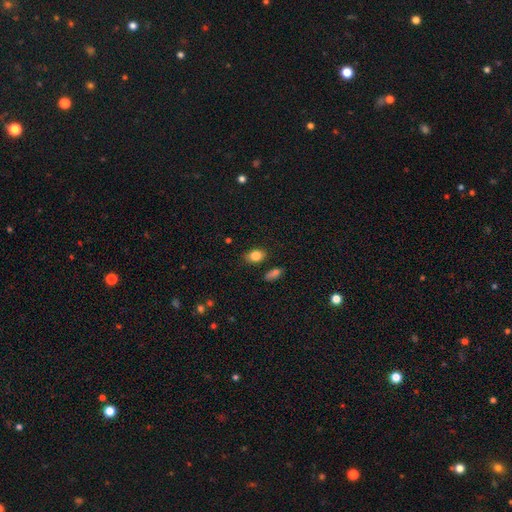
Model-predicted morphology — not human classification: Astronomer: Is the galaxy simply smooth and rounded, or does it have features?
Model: smooth — 83%.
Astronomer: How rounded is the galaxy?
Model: in between — 72%.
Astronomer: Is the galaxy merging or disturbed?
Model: none — 80%.